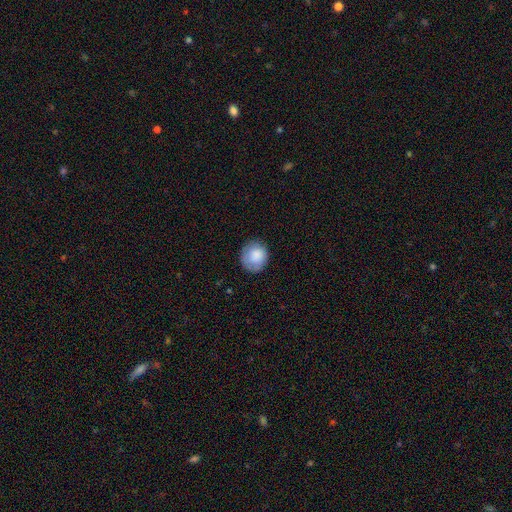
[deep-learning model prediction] The model was most divided on "merging": none: 76%, minor disturbance: 17%, major disturbance: 5%, merger: 1%. More confident: smooth or featured — smooth (81%); how rounded — round (80%).